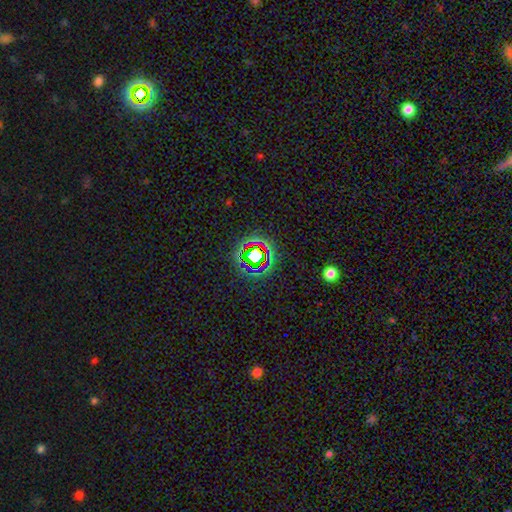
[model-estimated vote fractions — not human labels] Morphology: type=star or artifact (67%).